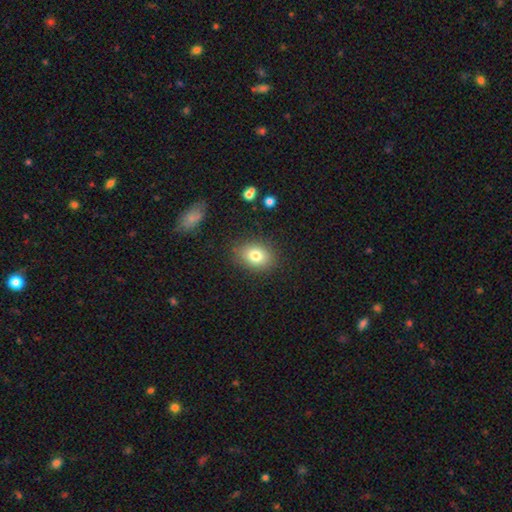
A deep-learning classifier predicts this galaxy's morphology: Overall: smooth (80%). How rounded: in between (68%; round 31%). Merging: none (85%).